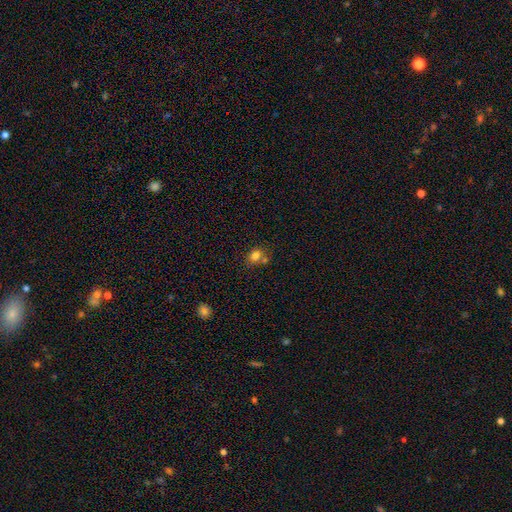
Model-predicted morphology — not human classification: Smooth or featured: smooth — 79% (star or artifact — 13%)
How rounded: round — 56% (in between — 43%)
Merging: none — 53% (merger — 29%)